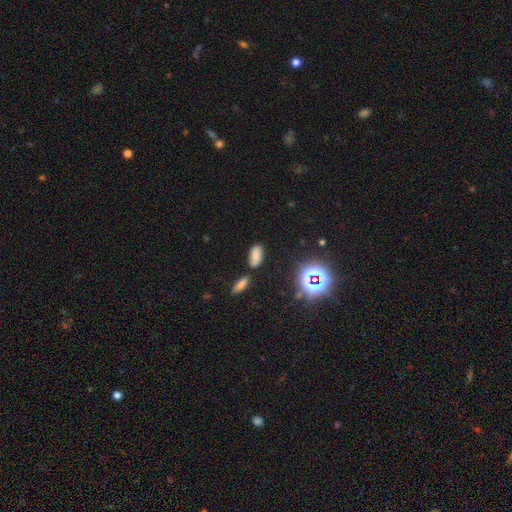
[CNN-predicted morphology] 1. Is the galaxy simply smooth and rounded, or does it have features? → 68% smooth, 22% star or artifact, 10% featured or disk.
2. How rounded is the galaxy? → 88% in between, 7% cigar-shaped, 6% round.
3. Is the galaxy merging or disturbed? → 65% none, 16% minor disturbance, 14% merger, 5% major disturbance.